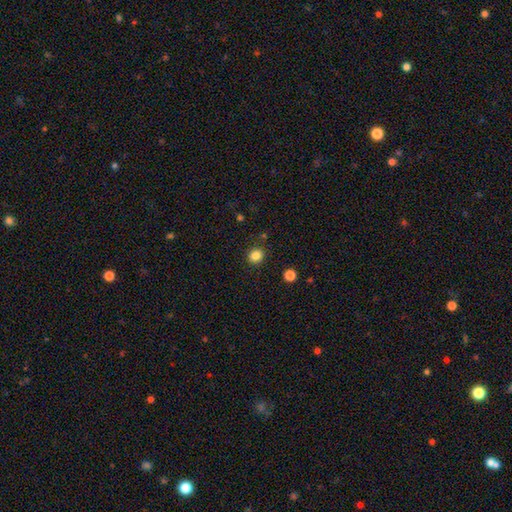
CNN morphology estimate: The model was most divided on "how rounded": round: 76%, in between: 23%, cigar-shaped: 1%. More confident: merging — none (88%); smooth or featured — smooth (84%).